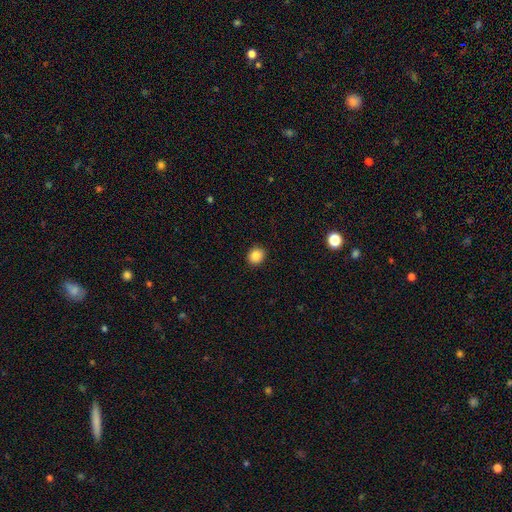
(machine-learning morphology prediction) Smooth or featured? smooth (87%)
How rounded? round (75%)
Merging? none (89%)